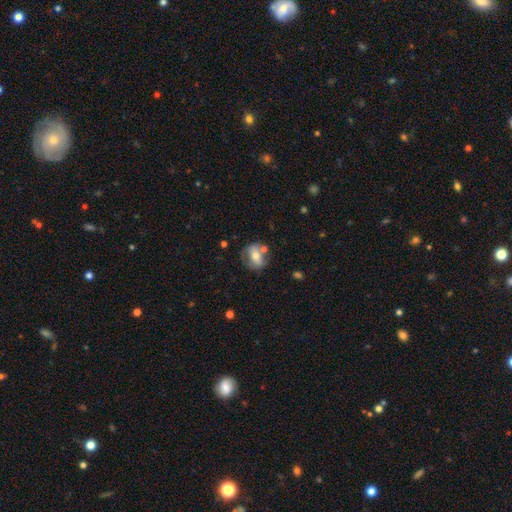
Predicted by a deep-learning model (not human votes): smooth-or-featured: smooth: 51% | featured or disk: 41% | star or artifact: 9%
  how-rounded: round: 54% | in between: 43% | cigar-shaped: 3%
  merging: none: 60% | minor disturbance: 18% | merger: 15% | major disturbance: 7%